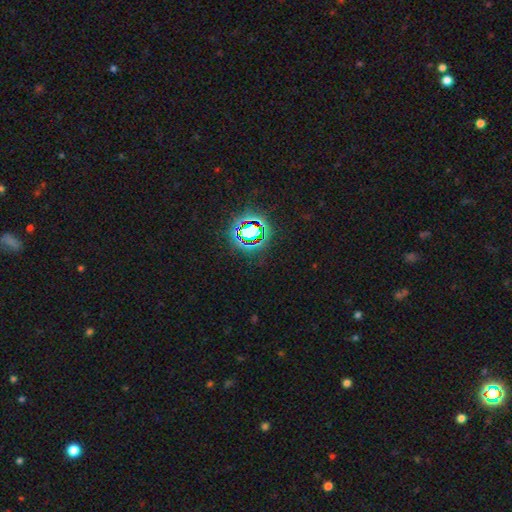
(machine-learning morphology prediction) This appears to be a star or artifact, not a galaxy (80%).